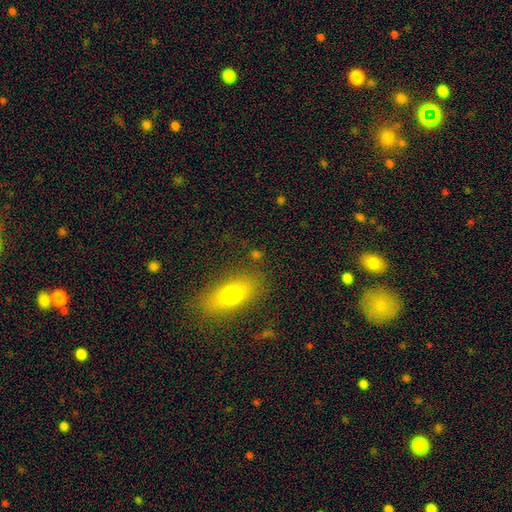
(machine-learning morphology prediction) A smooth galaxy with no disk features (64%) that is in between round and cigar-shaped (63%).

Vote fractions:
- Smooth or featured? smooth: 64% / featured or disk: 19% / star or artifact: 18%
- How rounded? in between: 63% / cigar-shaped: 21% / round: 15%
- Merging? none: 83% / minor disturbance: 11% / major disturbance: 4% / merger: 3%